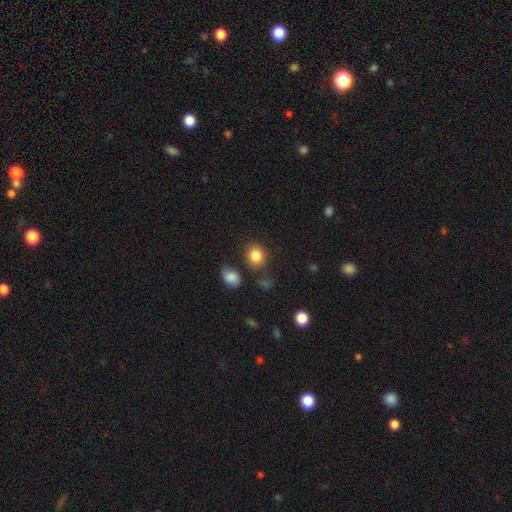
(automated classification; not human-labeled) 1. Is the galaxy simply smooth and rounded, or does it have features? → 85% smooth, 10% star or artifact, 6% featured or disk.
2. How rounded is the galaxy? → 69% round, 30% in between, 1% cigar-shaped.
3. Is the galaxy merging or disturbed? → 76% none, 13% minor disturbance, 7% merger, 4% major disturbance.